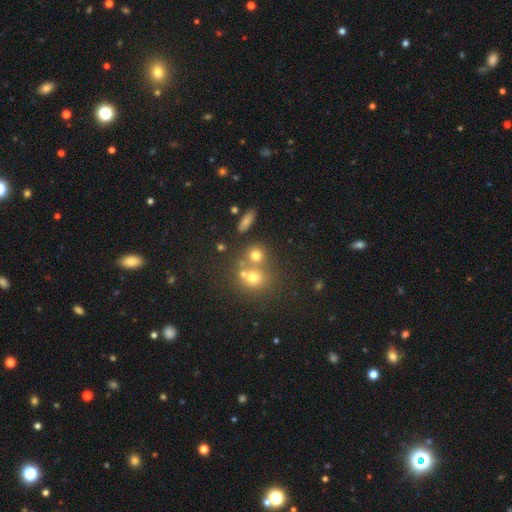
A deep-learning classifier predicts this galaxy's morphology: Smooth or featured: smooth — 68% (star or artifact — 18%)
How rounded: round — 80% (in between — 18%)
Merging: none — 52% (merger — 34%)